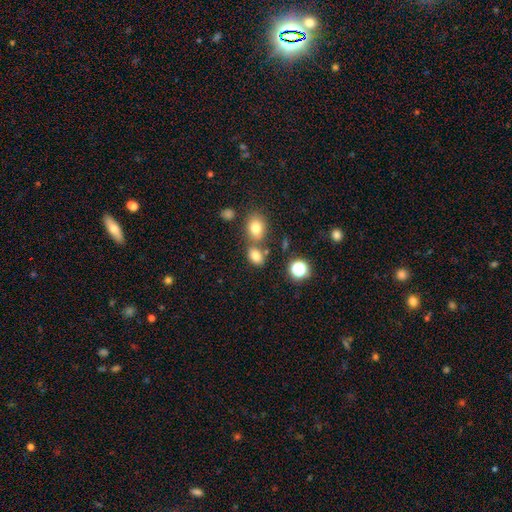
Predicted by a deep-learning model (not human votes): A smooth galaxy with no disk features (79%) that is in between round and cigar-shaped (68%). Merging: none (61%).